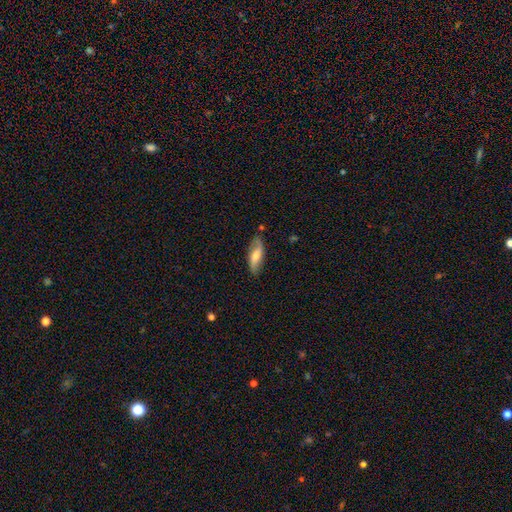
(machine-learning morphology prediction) smooth_or_featured: featured or disk (p=0.58) [alt: smooth p=0.36]
disk_edge_on: no (p=0.79) [alt: yes p=0.21]
merging: none (p=0.78) [alt: minor disturbance p=0.16]